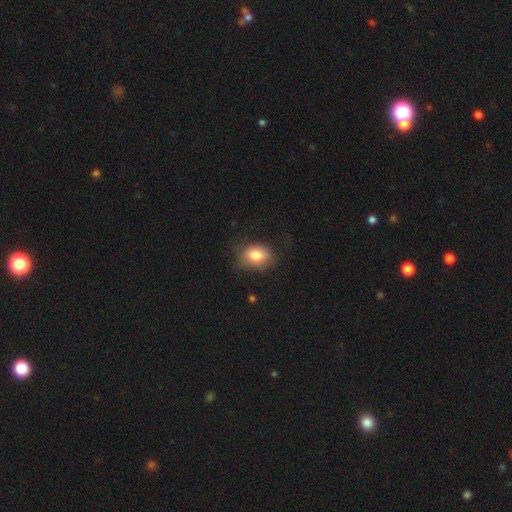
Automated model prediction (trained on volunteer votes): smooth-or-featured: smooth: 81% | featured or disk: 10% | star or artifact: 9%
  how-rounded: in between: 73% | round: 26% | cigar-shaped: 1%
  merging: none: 68% | minor disturbance: 23% | major disturbance: 7% | merger: 1%